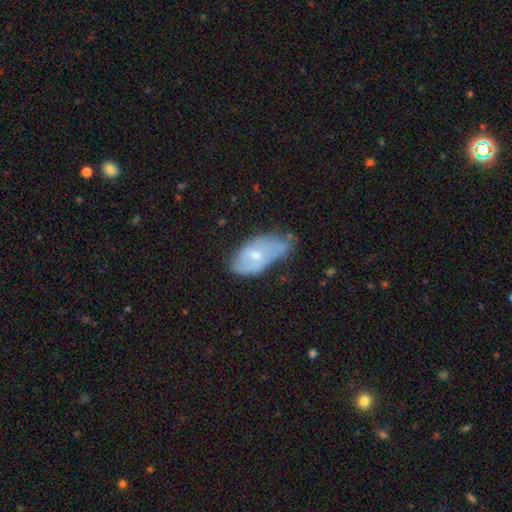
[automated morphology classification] Q: Smooth or featured?
A: smooth (47%); runner-up: featured or disk (46%)
Q: Merging?
A: minor disturbance (43%); runner-up: none (33%)